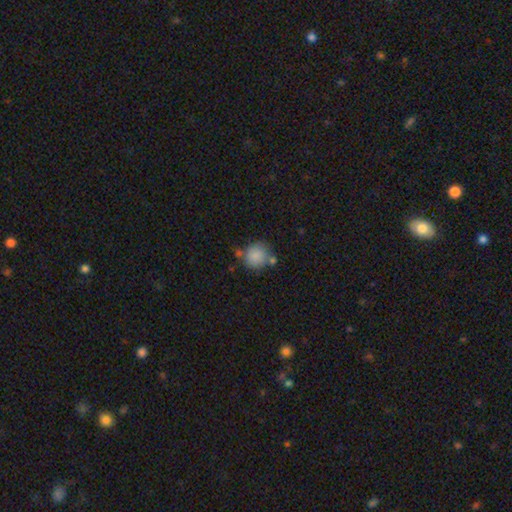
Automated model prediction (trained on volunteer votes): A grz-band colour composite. It shows a smooth galaxy with no disk features (85%) that is round (87%). Merging: none (63%).